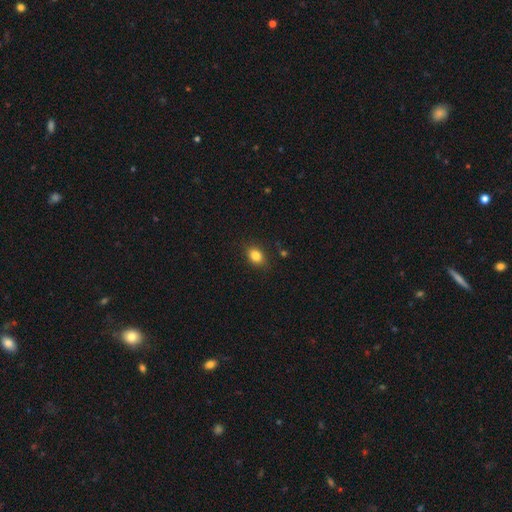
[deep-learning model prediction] A smooth galaxy with no disk features (83%) that is in between round and cigar-shaped (68%). Merging: none (84%).